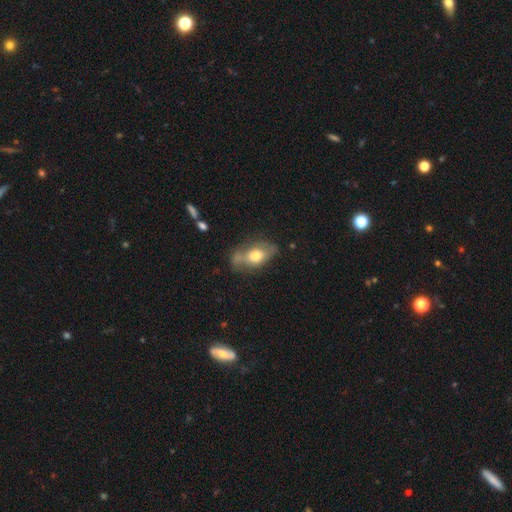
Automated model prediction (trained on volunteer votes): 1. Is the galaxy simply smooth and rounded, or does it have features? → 63% smooth, 30% featured or disk, 7% star or artifact.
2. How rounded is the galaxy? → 85% in between, 9% round, 7% cigar-shaped.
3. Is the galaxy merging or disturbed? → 50% none, 27% minor disturbance, 12% merger, 11% major disturbance.